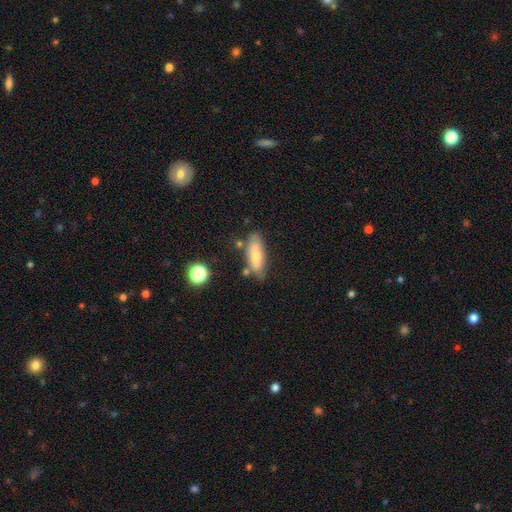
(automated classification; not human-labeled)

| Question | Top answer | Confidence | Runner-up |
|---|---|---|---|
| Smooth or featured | smooth | 69% | featured or disk (24%) |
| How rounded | in between | 67% | cigar-shaped (31%) |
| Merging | none | 65% | minor disturbance (22%) |